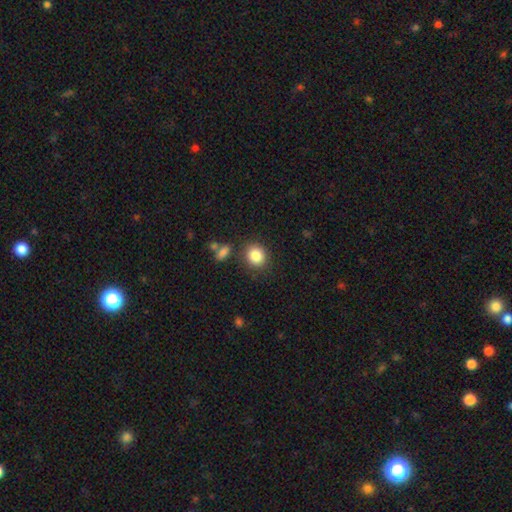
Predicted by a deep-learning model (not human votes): Smooth or featured: smooth — 86% (star or artifact — 9%)
How rounded: round — 73% (in between — 26%)
Merging: none — 81% (minor disturbance — 11%)